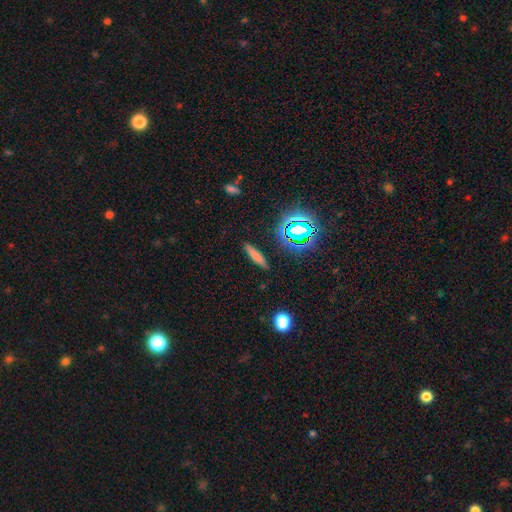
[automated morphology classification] type=smooth (68%); roundness=cigar-shaped (86%); merging=none (88%).